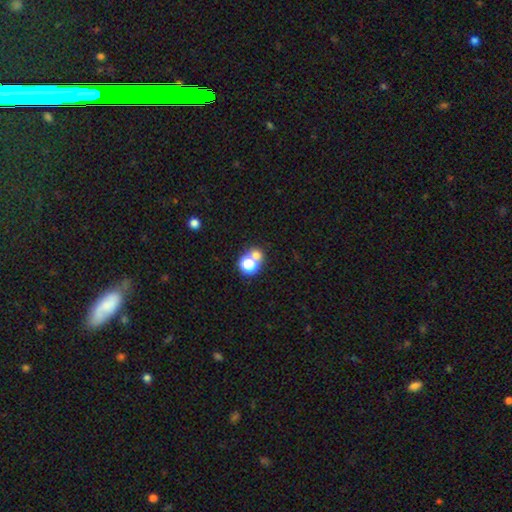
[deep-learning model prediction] A smooth galaxy with no disk features (65%) that is round (78%).

Vote fractions:
- Smooth or featured? smooth: 65% / star or artifact: 25% / featured or disk: 11%
- How rounded? round: 78% / in between: 21% / cigar-shaped: 1%
- Merging? none: 48% / merger: 42% / minor disturbance: 6% / major disturbance: 4%